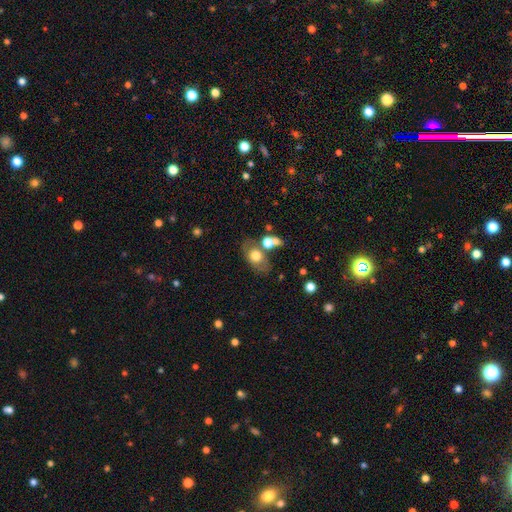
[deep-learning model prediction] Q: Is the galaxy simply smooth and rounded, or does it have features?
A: smooth — 64%.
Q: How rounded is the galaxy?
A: in between — 71%.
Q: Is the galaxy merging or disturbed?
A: none — 57%.